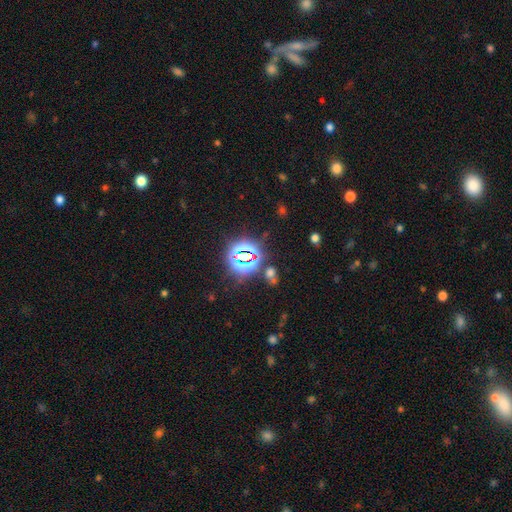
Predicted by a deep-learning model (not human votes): Smooth or featured: star or artifact — 79% (smooth — 14%)